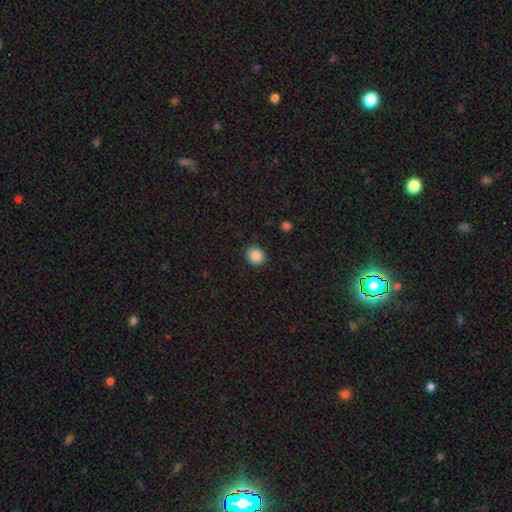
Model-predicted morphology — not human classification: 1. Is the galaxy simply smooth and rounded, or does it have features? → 88% smooth, 9% star or artifact, 3% featured or disk.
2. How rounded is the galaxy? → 77% round, 22% in between, 1% cigar-shaped.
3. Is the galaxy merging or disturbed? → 88% none, 9% minor disturbance, 2% major disturbance, 1% merger.